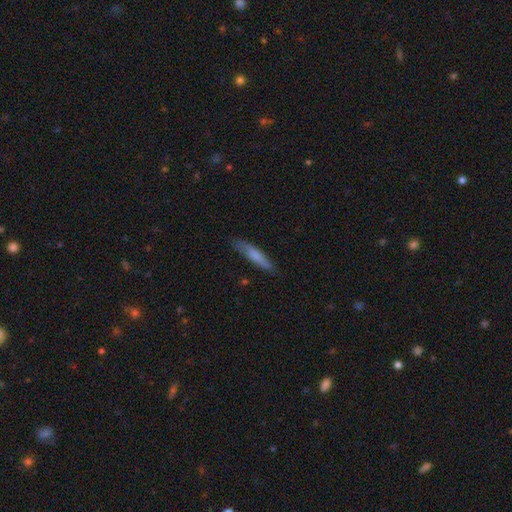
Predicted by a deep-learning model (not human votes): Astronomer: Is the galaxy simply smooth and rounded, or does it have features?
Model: smooth — 72%.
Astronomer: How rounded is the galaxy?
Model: cigar-shaped — 85%.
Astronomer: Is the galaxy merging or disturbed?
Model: none — 78%.